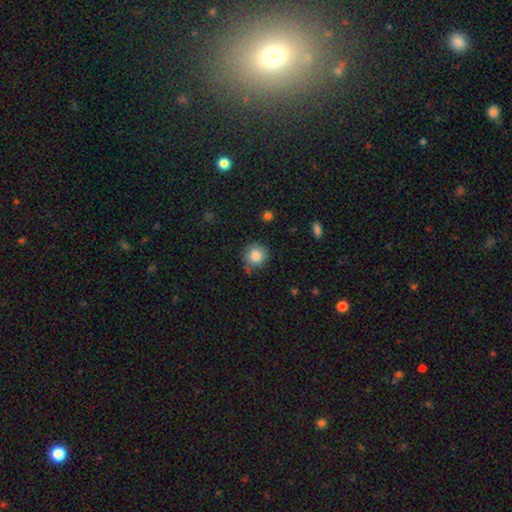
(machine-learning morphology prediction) Q: Smooth or featured?
A: smooth (86%); runner-up: star or artifact (9%)
Q: How rounded?
A: round (91%); runner-up: in between (8%)
Q: Merging?
A: none (74%); runner-up: minor disturbance (17%)